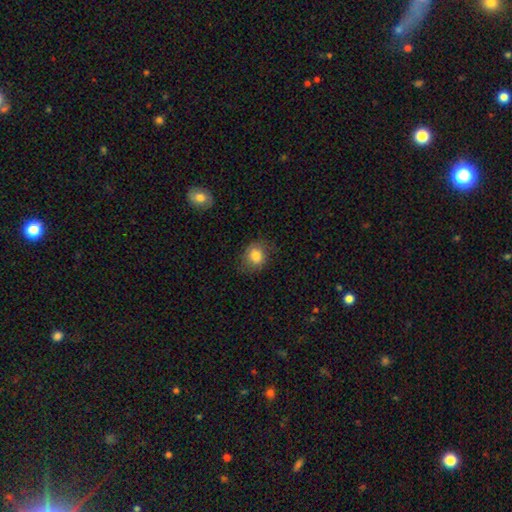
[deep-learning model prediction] Smooth or featured? smooth (82%)
How rounded? round (62%)
Merging? none (74%)